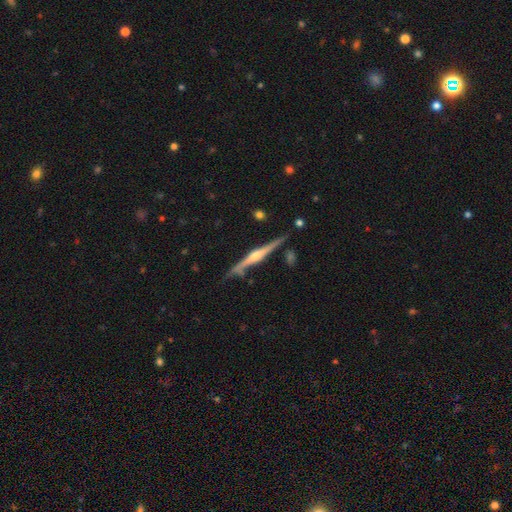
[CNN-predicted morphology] This appears to be a featured or disk galaxy (82%) viewed edge-on (98%) with a rounded central bulge (85%). Merging: none (80%).